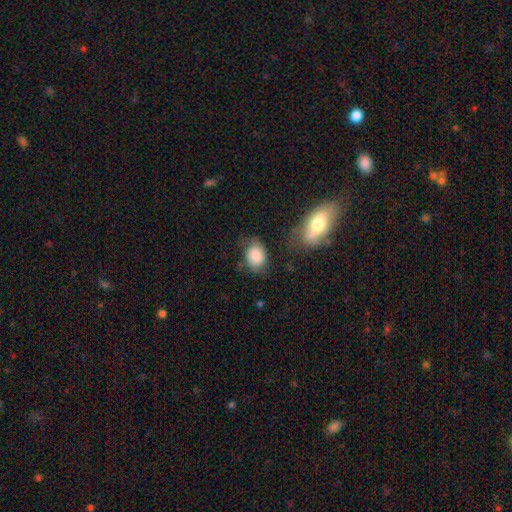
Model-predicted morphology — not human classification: smooth_or_featured: smooth (p=0.83) [alt: featured or disk p=0.09]
how_rounded: in between (p=0.59) [alt: round p=0.40]
merging: none (p=0.57) [alt: minor disturbance p=0.26]